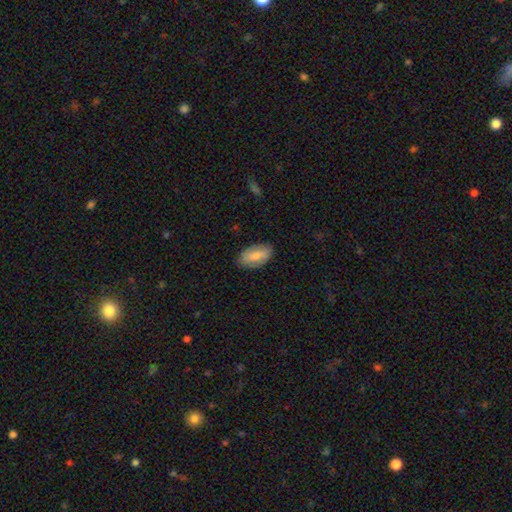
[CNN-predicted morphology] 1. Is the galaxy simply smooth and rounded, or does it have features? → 71% smooth, 23% featured or disk, 6% star or artifact.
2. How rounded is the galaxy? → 93% in between, 4% round, 3% cigar-shaped.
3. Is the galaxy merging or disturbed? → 82% none, 14% minor disturbance, 3% major disturbance, 1% merger.